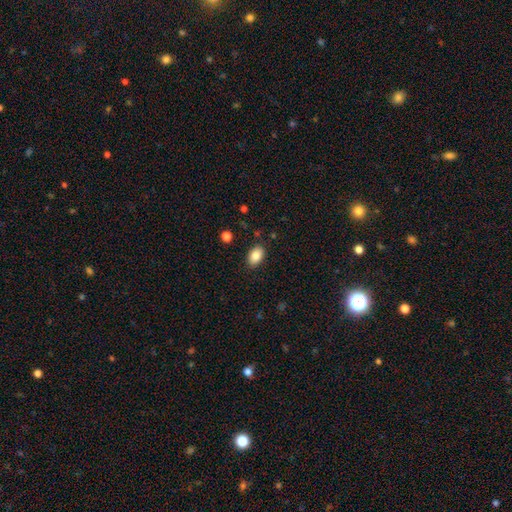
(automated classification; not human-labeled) Overall: smooth (86%). How rounded: in between (90%). Merging: none (86%).